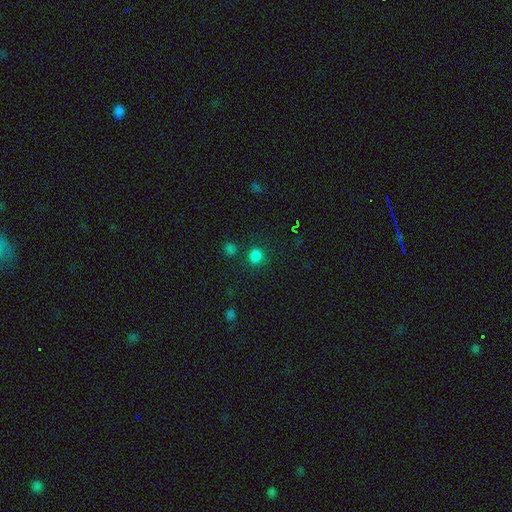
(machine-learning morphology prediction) This appears to be a smooth galaxy with no disk features (79%) that is round (83%). Merging: none (81%).